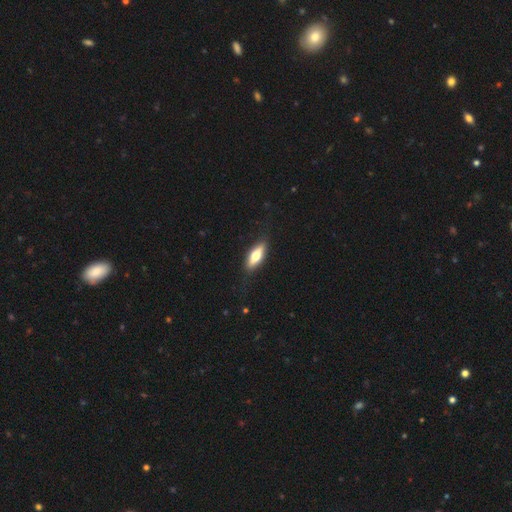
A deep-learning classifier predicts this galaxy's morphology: smooth 58%, featured or disk 37%, star or artifact 6%. Down the decision tree: how rounded — in between (57%); merging — none (84%).